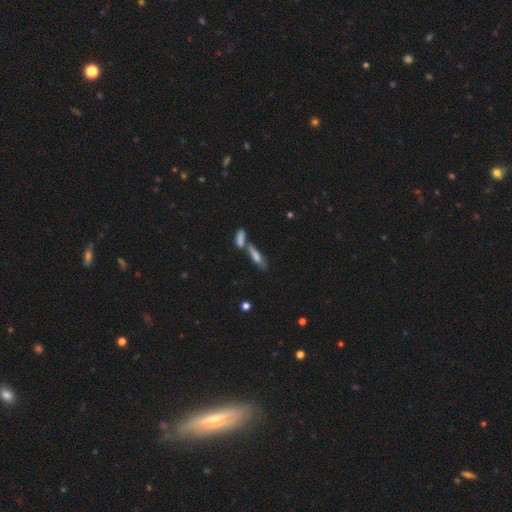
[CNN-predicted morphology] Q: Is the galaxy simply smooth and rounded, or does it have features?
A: smooth — 54%.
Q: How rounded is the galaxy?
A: cigar-shaped — 61%.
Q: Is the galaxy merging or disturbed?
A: none — 47%.